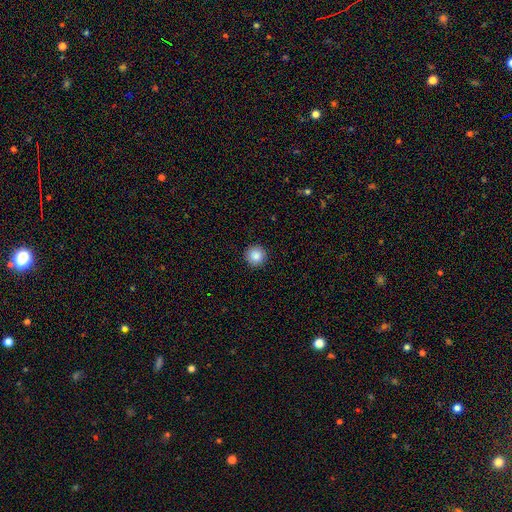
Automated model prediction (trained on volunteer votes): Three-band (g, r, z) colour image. It shows a smooth galaxy with no disk features (87%) that is round (96%). Merging: none (93%).